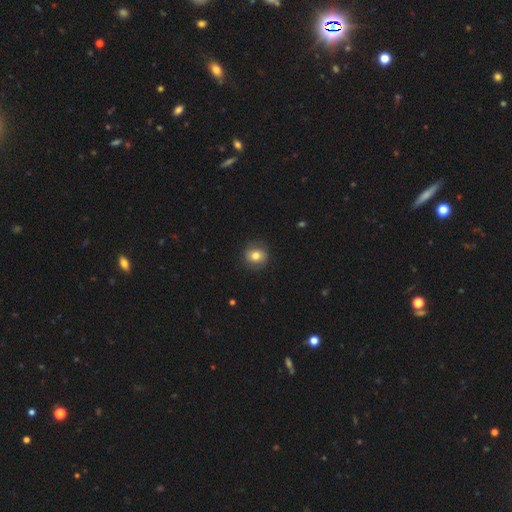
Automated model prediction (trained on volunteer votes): This appears to be a smooth galaxy with no disk features (73%) that is round (84%). Merging: none (85%).